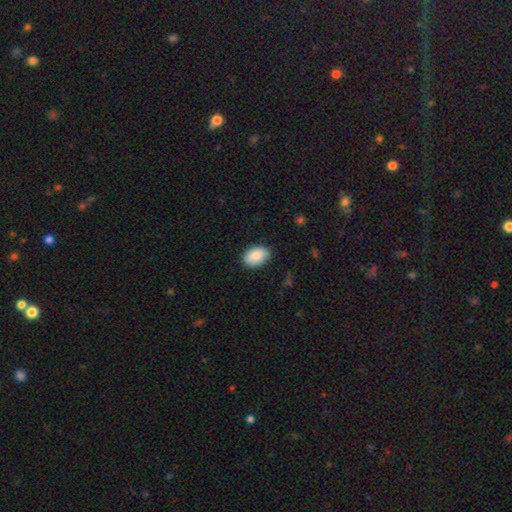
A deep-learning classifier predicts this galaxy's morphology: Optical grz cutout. It shows a smooth galaxy with no disk features (87%) that is in between round and cigar-shaped (86%). Merging: none (81%).